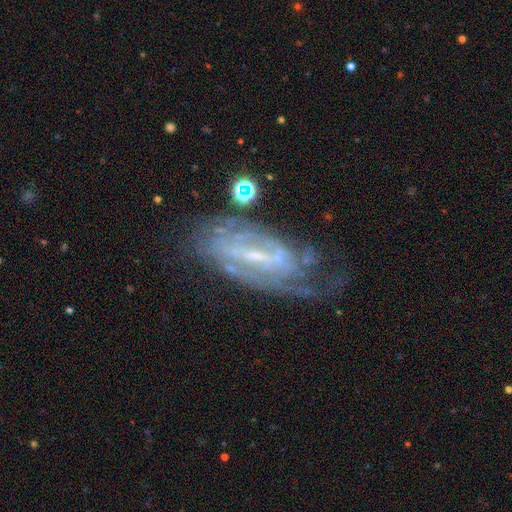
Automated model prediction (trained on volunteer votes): A featured or disk galaxy (83%) with a strong bar (53%), 2 (40%) tight (50%) spiral arms (87%) and a small central bulge (68%). Merging: none (51%).